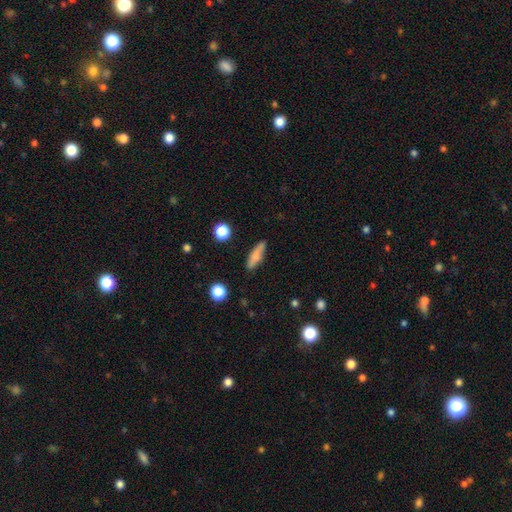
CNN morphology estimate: A smooth galaxy with no disk features (73%) that is cigar-shaped (62%).

Vote fractions:
- Smooth or featured? smooth: 73% / featured or disk: 19% / star or artifact: 8%
- How rounded? cigar-shaped: 62% / in between: 34% / round: 4%
- Merging? none: 81% / minor disturbance: 14% / major disturbance: 3% / merger: 2%